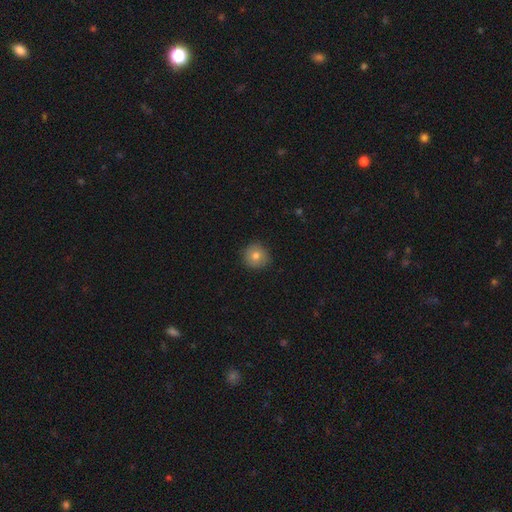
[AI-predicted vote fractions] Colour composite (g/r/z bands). It shows a smooth galaxy with no disk features (80%) that is round (94%). Merging: none (89%).